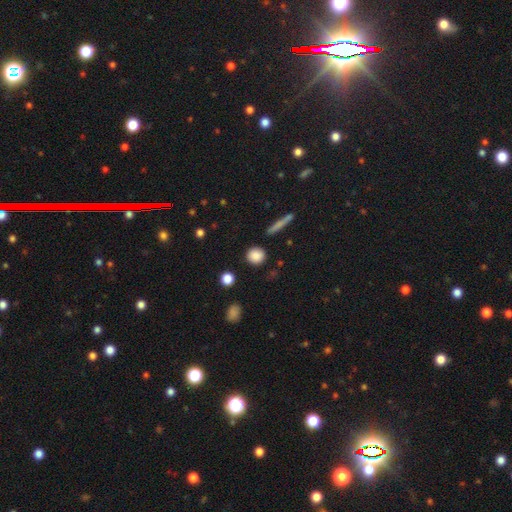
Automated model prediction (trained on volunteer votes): Smooth or featured? smooth (86%)
How rounded? round (88%)
Merging? none (89%)